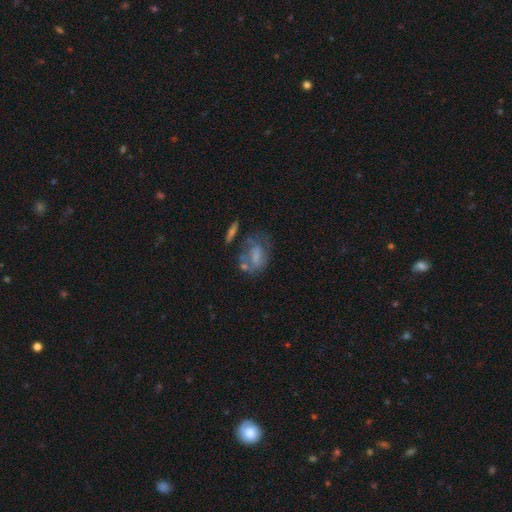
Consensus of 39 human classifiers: Smooth or featured? featured or disk (51%)
Edge-on disk? no (100%)
Bar? no (50%)
Spiral arms? no (75%)
Bulge size? none (60%)
Merging? none (47%)